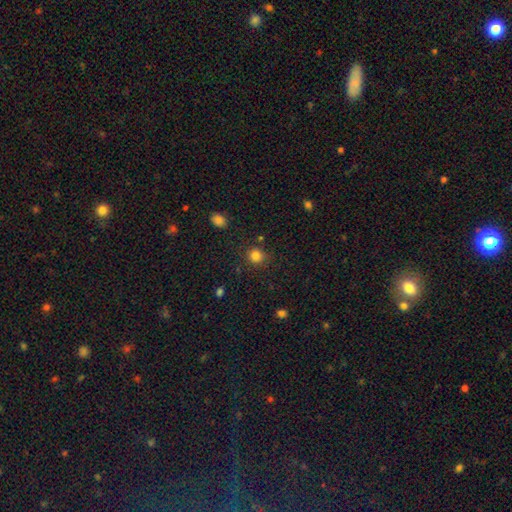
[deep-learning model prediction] The model was most divided on "smooth or featured": smooth: 83%, star or artifact: 12%, featured or disk: 5%. More confident: how rounded — round (89%); merging — none (84%).